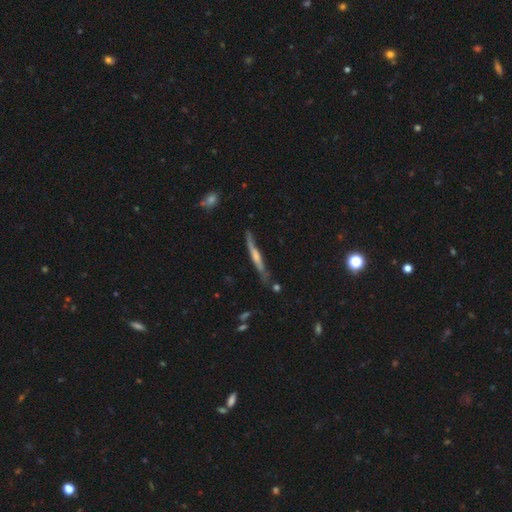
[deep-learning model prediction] A featured or disk galaxy (67%) viewed edge-on (94%) with a rounded central bulge (48%).

Vote fractions:
- Smooth or featured? featured or disk: 67% / smooth: 26% / star or artifact: 7%
- Edge-on disk? yes: 94% / no: 6%
- Edge-on bulge? rounded: 48% / none: 30% / boxy: 22%
- Merging? none: 75% / minor disturbance: 18% / major disturbance: 4% / merger: 3%